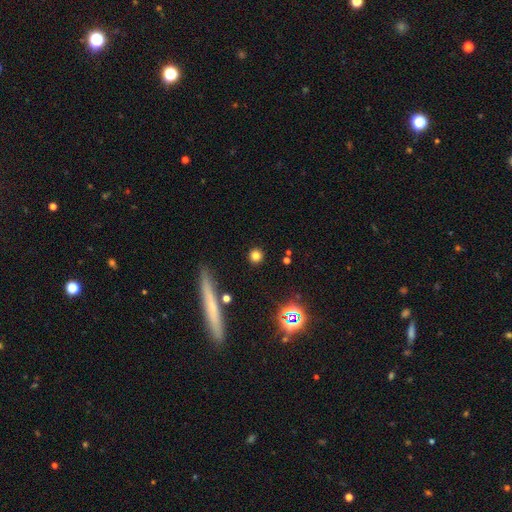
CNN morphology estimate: The model was most divided on "smooth or featured": smooth: 77%, star or artifact: 15%, featured or disk: 8%. More confident: how rounded — round (91%); merging — none (89%).